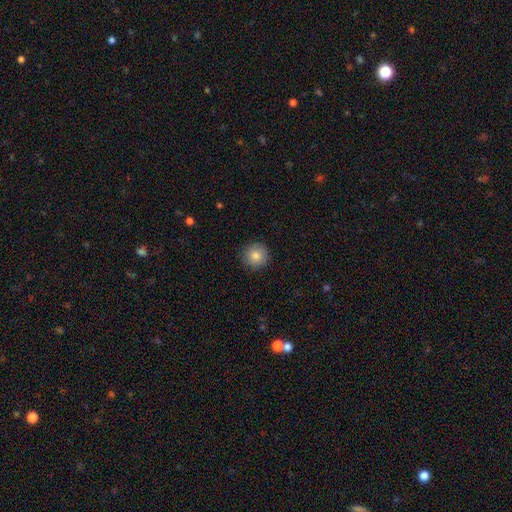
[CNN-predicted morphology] Smooth or featured?
  - smooth: 83% *
  - star or artifact: 9%
  - featured or disk: 7%
How rounded?
  - round: 95% *
  - in between: 4%
  - cigar-shaped: 1%
Merging?
  - none: 91% *
  - minor disturbance: 6%
  - major disturbance: 2%
  - merger: 1%